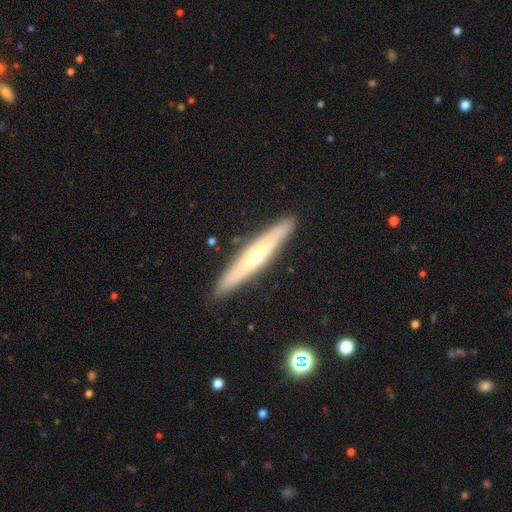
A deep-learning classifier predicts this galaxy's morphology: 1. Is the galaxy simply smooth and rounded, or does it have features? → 60% featured or disk, 34% smooth, 6% star or artifact.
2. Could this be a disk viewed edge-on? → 89% yes, 11% no.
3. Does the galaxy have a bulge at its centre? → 76% rounded, 20% none, 4% boxy.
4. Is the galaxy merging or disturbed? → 89% none, 8% minor disturbance, 2% major disturbance, 1% merger.